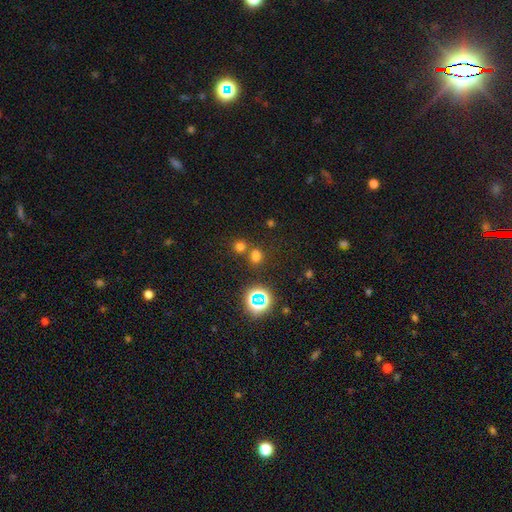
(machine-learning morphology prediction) type=smooth (63%); roundness=round (60%); merging=none (62%).